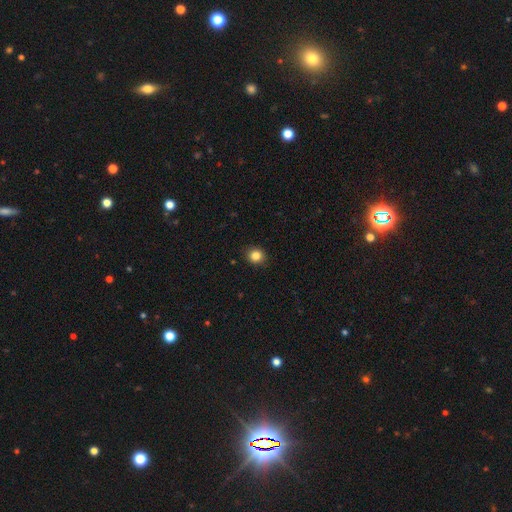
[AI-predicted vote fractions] Smooth or featured? smooth (84%)
How rounded? round (82%)
Merging? none (89%)